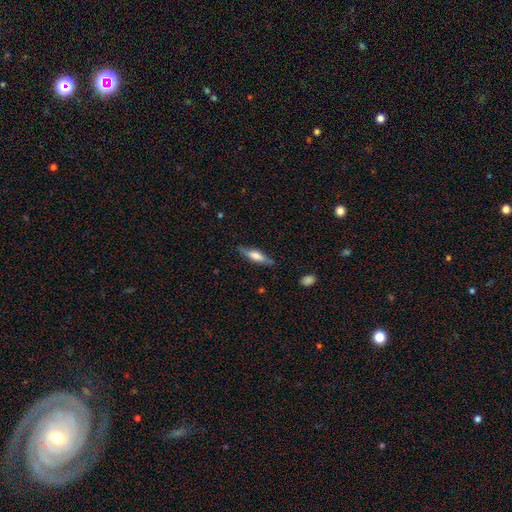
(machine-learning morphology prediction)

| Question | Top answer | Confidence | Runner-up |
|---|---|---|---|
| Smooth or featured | smooth | 54% | featured or disk (40%) |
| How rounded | cigar-shaped | 62% | in between (36%) |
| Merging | none | 77% | minor disturbance (17%) |